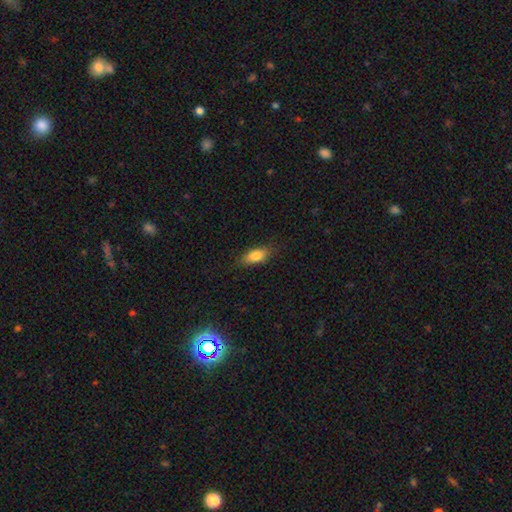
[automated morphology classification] Smooth or featured: smooth — 79% (featured or disk — 13%)
How rounded: in between — 81% (cigar-shaped — 15%)
Merging: none — 81% (minor disturbance — 15%)